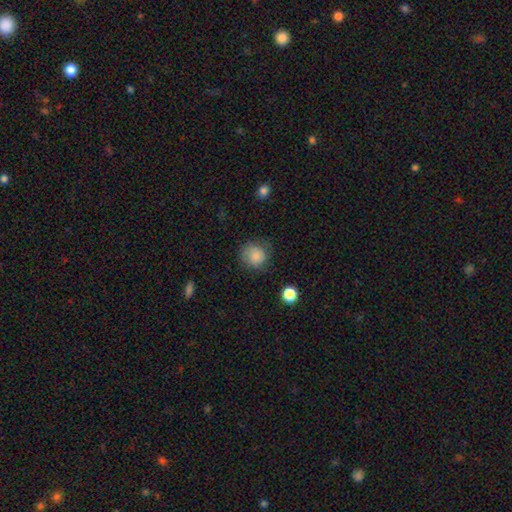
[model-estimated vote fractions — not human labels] Smooth or featured? smooth (81%)
How rounded? round (86%)
Merging? none (69%)